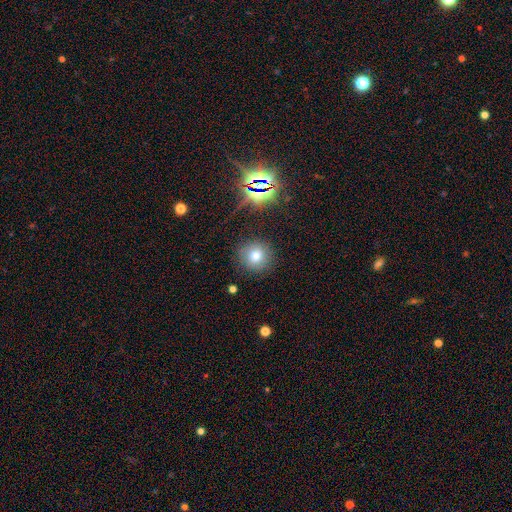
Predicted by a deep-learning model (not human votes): Smooth or featured?
  - smooth: 71% *
  - star or artifact: 18%
  - featured or disk: 11%
How rounded?
  - round: 92% *
  - in between: 7%
  - cigar-shaped: 1%
Merging?
  - none: 87% *
  - minor disturbance: 8%
  - major disturbance: 3%
  - merger: 2%